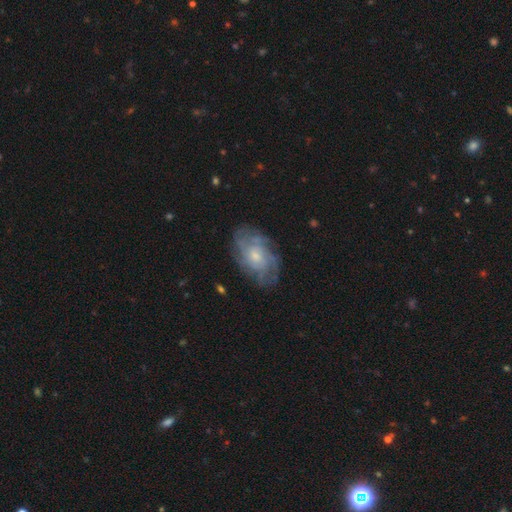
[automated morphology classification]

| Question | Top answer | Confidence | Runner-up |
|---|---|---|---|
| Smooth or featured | featured or disk | 71% | smooth (22%) |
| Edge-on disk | no | 96% | yes (4%) |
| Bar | no | 79% | weak (19%) |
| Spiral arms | yes | 84% | no (16%) |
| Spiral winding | tight | 55% | medium (32%) |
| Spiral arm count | can't tell | 53% | 4 (15%) |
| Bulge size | small | 57% | moderate (35%) |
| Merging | none | 74% | minor disturbance (17%) |